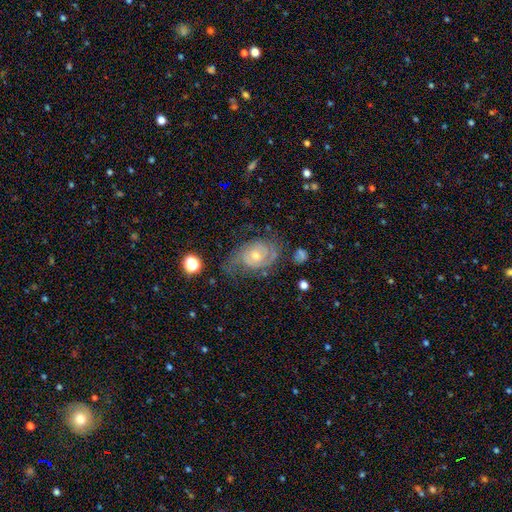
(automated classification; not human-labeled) Smooth or featured? Predicted: featured or disk (p=0.81). Edge-on disk? Predicted: no (p=0.97). Bar? Predicted: no (p=0.73). Spiral arms? Predicted: yes (p=0.93). Spiral winding? Predicted: tight (p=0.58). Spiral arm count? Predicted: 2 (p=0.62). Bulge size? Predicted: moderate (p=0.54). Merging? Predicted: none (p=0.55).